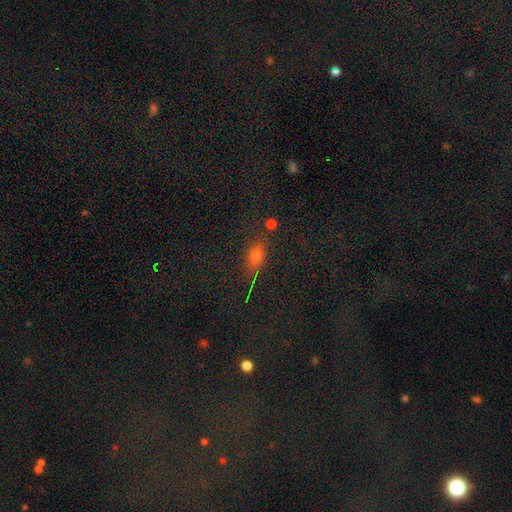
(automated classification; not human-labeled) A smooth galaxy with no disk features (63%) that is in between round and cigar-shaped (68%). Merging: none (76%).